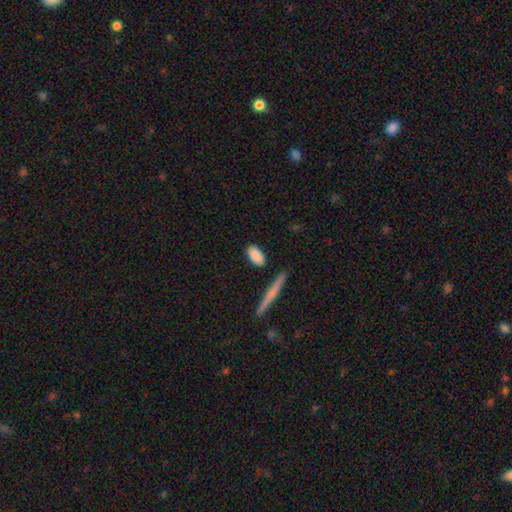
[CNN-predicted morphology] The model was most divided on "merging": none: 85%, minor disturbance: 10%, merger: 3%, major disturbance: 2%. More confident: how rounded — in between (89%); smooth or featured — smooth (87%).